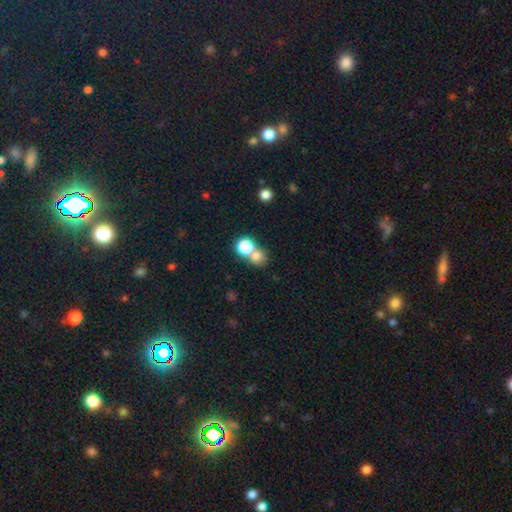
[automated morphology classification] Smooth or featured: smooth — 72% (star or artifact — 19%)
How rounded: round — 78% (in between — 20%)
Merging: none — 46% (merger — 44%)